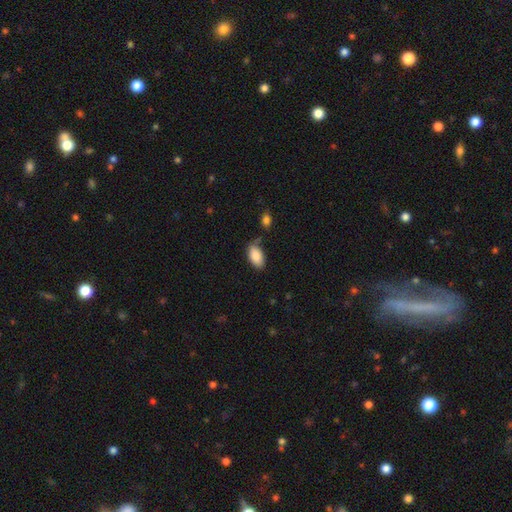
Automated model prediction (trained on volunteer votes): A smooth galaxy with no disk features (87%) that is in between round and cigar-shaped (94%).

Vote fractions:
- Smooth or featured? smooth: 87% / star or artifact: 7% / featured or disk: 6%
- How rounded? in between: 94% / round: 3% / cigar-shaped: 2%
- Merging? none: 71% / minor disturbance: 20% / merger: 6% / major disturbance: 4%